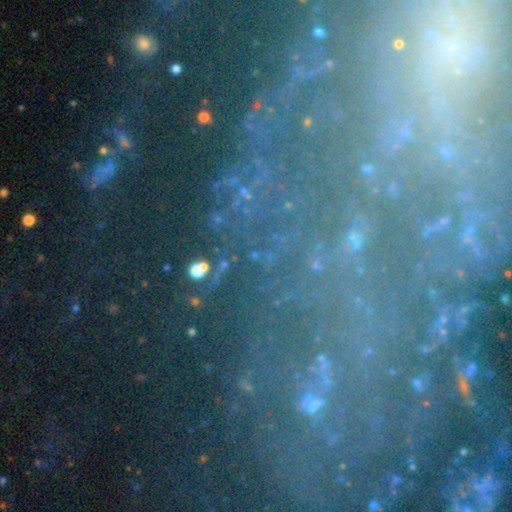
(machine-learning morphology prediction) This appears to be a star or artifact, not a galaxy (59%).